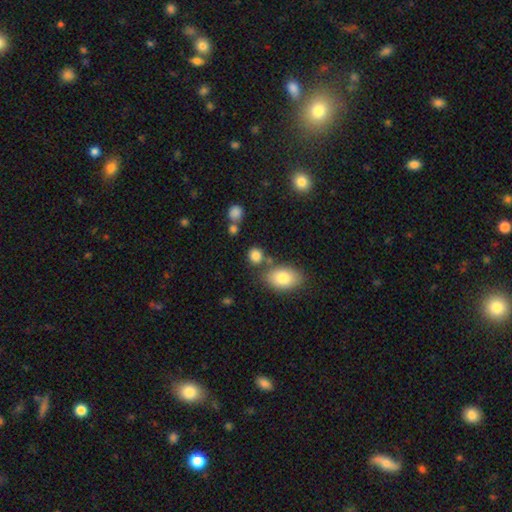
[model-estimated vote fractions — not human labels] Smooth or featured? smooth (83%)
How rounded? round (73%)
Merging? none (69%)